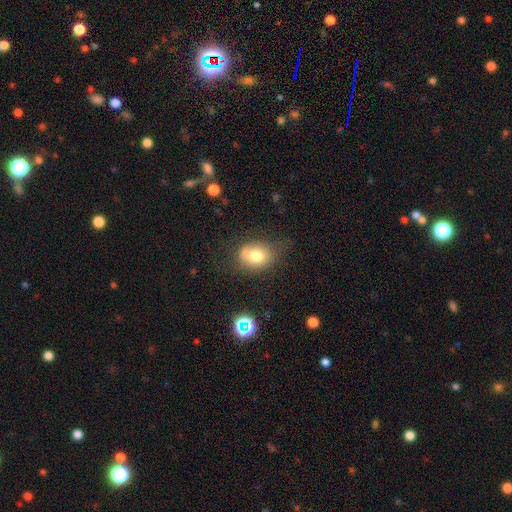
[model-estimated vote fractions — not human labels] smooth_or_featured: smooth (p=0.73) [alt: featured or disk p=0.16]
how_rounded: in between (p=0.55) [alt: round p=0.44]
merging: none (p=0.57) [alt: minor disturbance p=0.29]